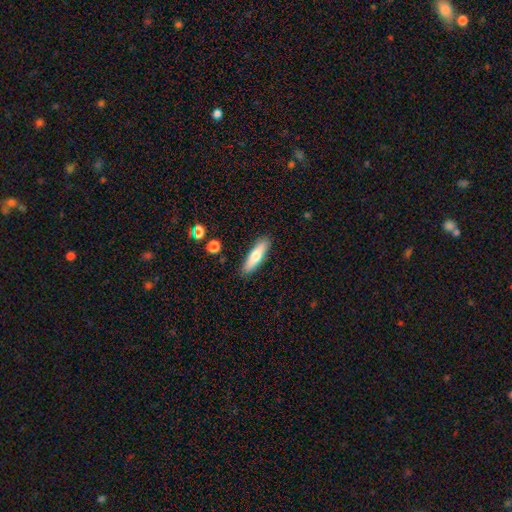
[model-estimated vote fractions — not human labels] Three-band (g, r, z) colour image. It shows a smooth galaxy with no disk features (69%) that is cigar-shaped (69%). Merging: none (88%).